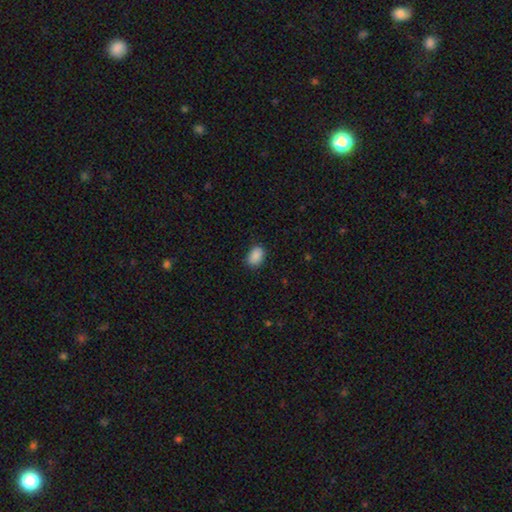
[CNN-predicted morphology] A smooth galaxy with no disk features (89%) that is in between round and cigar-shaped (84%).

Vote fractions:
- Smooth or featured? smooth: 89% / star or artifact: 8% / featured or disk: 3%
- How rounded? in between: 84% / round: 15% / cigar-shaped: 1%
- Merging? none: 83% / minor disturbance: 13% / major disturbance: 3% / merger: 1%